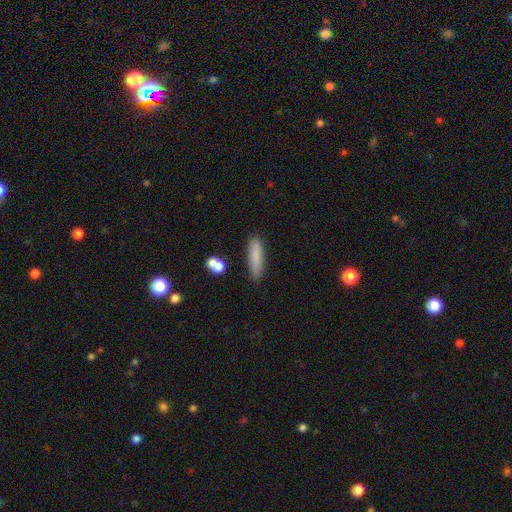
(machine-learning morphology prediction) The model was most divided on "how rounded": cigar-shaped: 77%, in between: 22%, round: 2%. More confident: merging — none (84%); smooth or featured — smooth (82%).